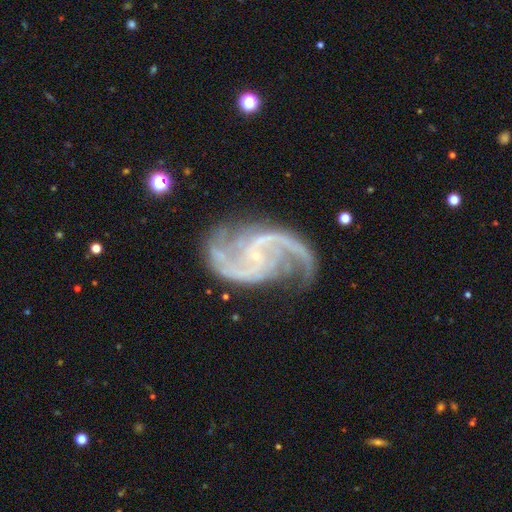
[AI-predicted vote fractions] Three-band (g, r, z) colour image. It shows a featured or disk galaxy (93%) with no bar (52%), 2 (81%) medium (51%) spiral arms (98%) and a small central bulge (87%). Merging: none (68%).